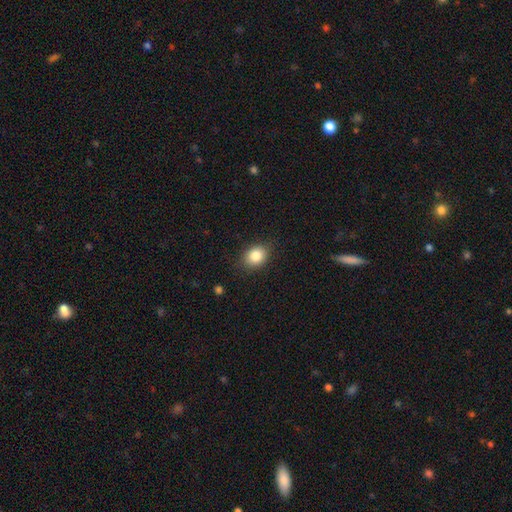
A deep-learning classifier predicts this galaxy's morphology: Smooth or featured? Predicted: smooth (p=0.85). How rounded? Predicted: in between (p=0.57). Merging? Predicted: none (p=0.84).